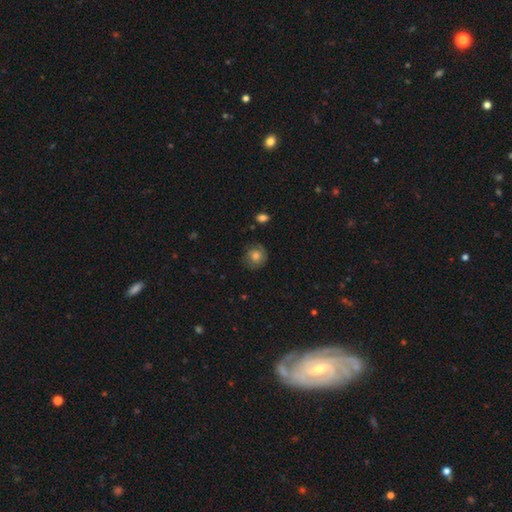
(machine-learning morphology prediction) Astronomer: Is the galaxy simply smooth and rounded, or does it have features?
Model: smooth — 70%.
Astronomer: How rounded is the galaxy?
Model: round — 86%.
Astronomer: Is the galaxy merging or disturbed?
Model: none — 75%.